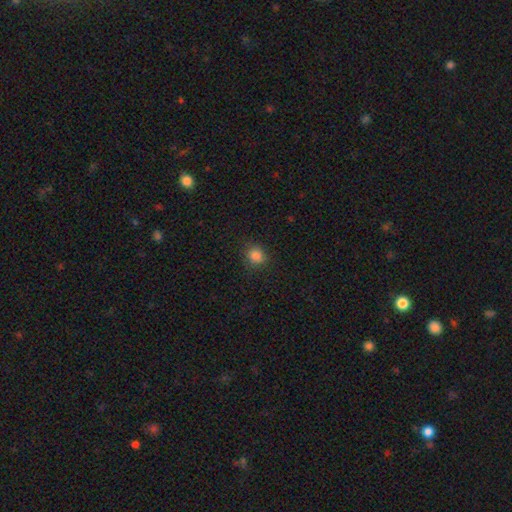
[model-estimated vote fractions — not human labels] A smooth galaxy with no disk features (84%) that is round (81%).

Vote fractions:
- Smooth or featured? smooth: 84% / star or artifact: 12% / featured or disk: 4%
- How rounded? round: 81% / in between: 18% / cigar-shaped: 1%
- Merging? none: 86% / minor disturbance: 10% / major disturbance: 3% / merger: 1%